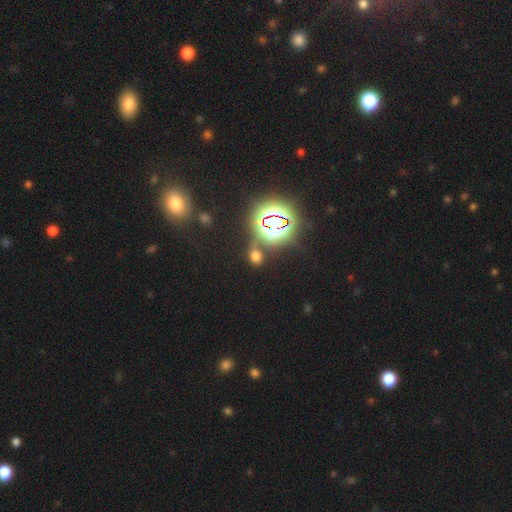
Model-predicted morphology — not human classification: A star or artifact, not a galaxy (47%).